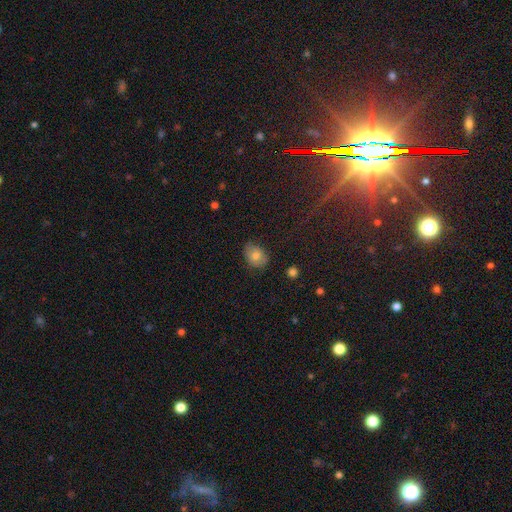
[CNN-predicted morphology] A smooth galaxy with no disk features (79%) that is in between round and cigar-shaped (60%). Merging: none (69%).